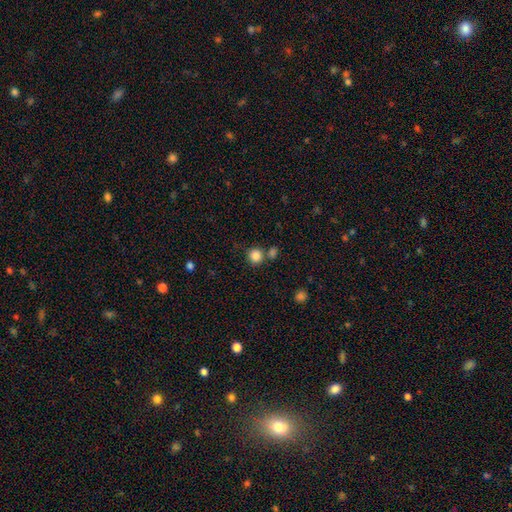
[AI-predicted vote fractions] Q: Smooth or featured?
A: smooth (86%); runner-up: star or artifact (11%)
Q: How rounded?
A: round (91%); runner-up: in between (8%)
Q: Merging?
A: none (72%); runner-up: merger (16%)